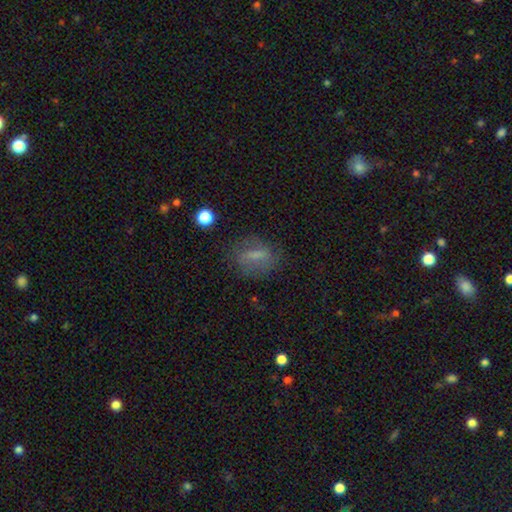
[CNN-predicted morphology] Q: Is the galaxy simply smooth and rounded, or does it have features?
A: smooth — 58%.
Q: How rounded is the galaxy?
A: in between — 58%.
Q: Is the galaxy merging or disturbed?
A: none — 71%.